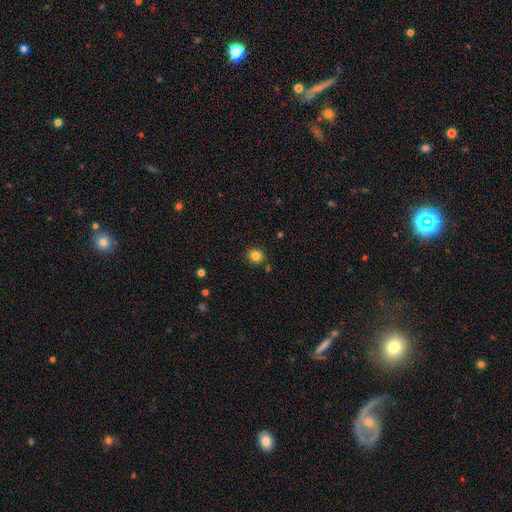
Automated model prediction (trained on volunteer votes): Q: Smooth or featured?
A: smooth (84%); runner-up: star or artifact (11%)
Q: How rounded?
A: round (81%); runner-up: in between (18%)
Q: Merging?
A: none (82%); runner-up: minor disturbance (10%)